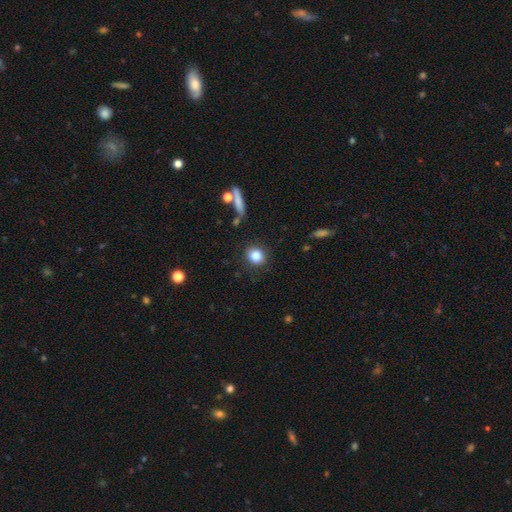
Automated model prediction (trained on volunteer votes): A smooth galaxy with no disk features (85%) that is round (80%). Merging: none (85%).